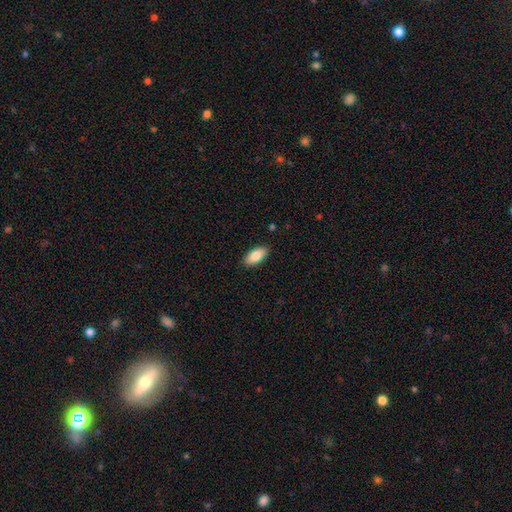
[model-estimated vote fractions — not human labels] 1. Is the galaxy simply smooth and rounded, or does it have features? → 86% smooth, 8% featured or disk, 6% star or artifact.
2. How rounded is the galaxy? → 91% in between, 7% cigar-shaped, 2% round.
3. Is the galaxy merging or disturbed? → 88% none, 9% minor disturbance, 2% major disturbance, 1% merger.